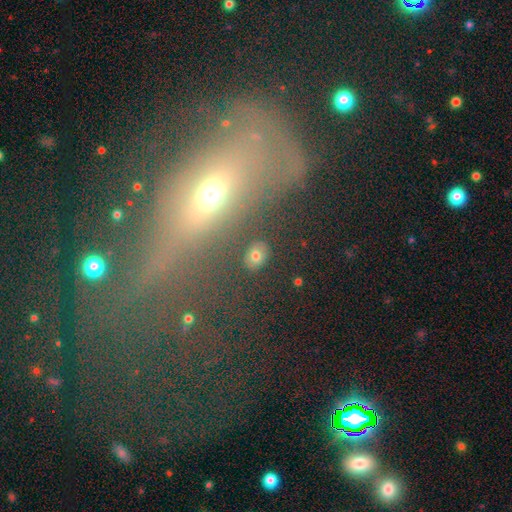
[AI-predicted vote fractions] Smooth or featured? Predicted: smooth (p=0.69). How rounded? Predicted: in between (p=0.65). Merging? Predicted: none (p=0.86).